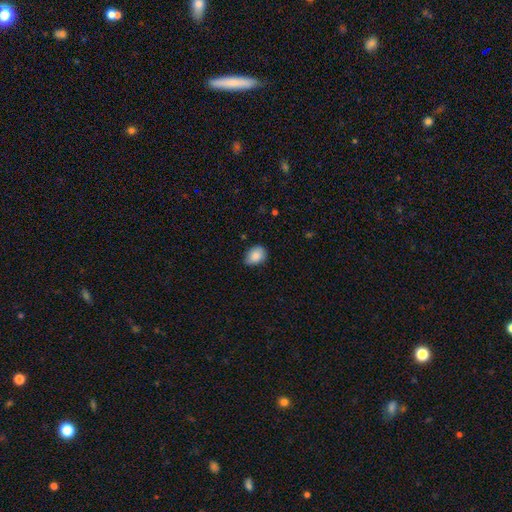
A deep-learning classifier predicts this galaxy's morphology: This is clearly a smooth galaxy (87%). How rounded: likely in between (69%). Merging: likely none (69%).